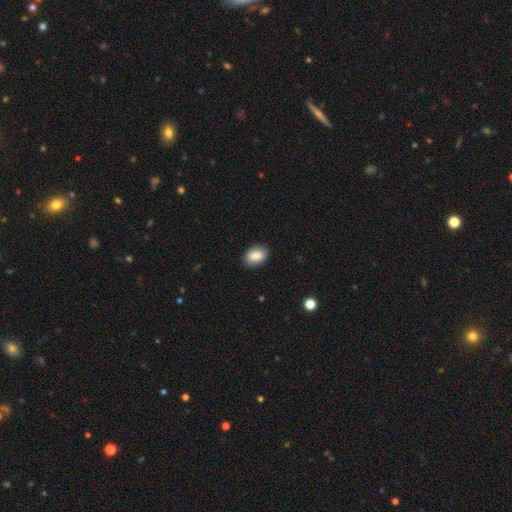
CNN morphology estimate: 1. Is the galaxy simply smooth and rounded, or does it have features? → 87% smooth, 7% star or artifact, 6% featured or disk.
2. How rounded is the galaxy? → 80% in between, 19% round, 1% cigar-shaped.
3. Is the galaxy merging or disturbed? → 88% none, 9% minor disturbance, 2% major disturbance, 1% merger.